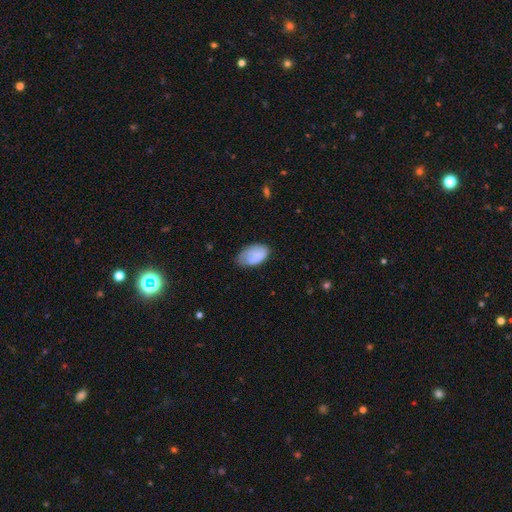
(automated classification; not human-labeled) Smooth or featured: smooth — 77% (featured or disk — 16%)
How rounded: in between — 94% (round — 4%)
Merging: none — 60% (minor disturbance — 31%)